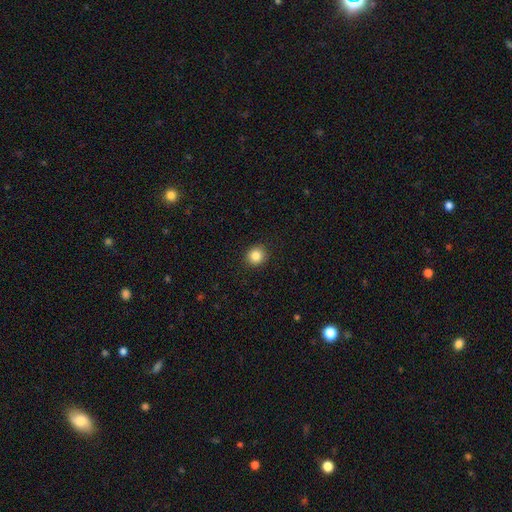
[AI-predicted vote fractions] smooth 85%, star or artifact 10%, featured or disk 5%. Down the decision tree: how rounded — round (89%); merging — none (92%).